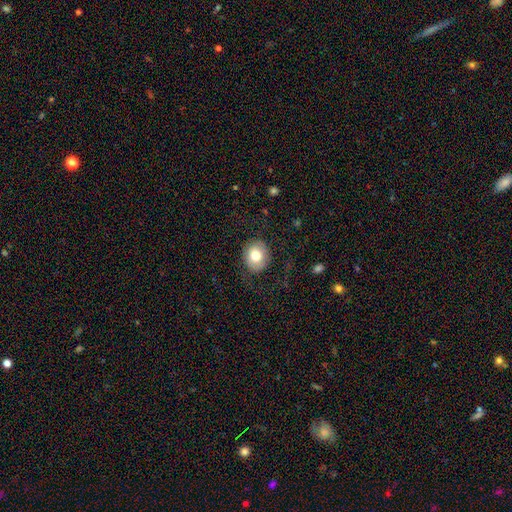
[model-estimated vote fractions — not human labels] A smooth galaxy with no disk features (76%) that is round (67%). Merging: none (77%).